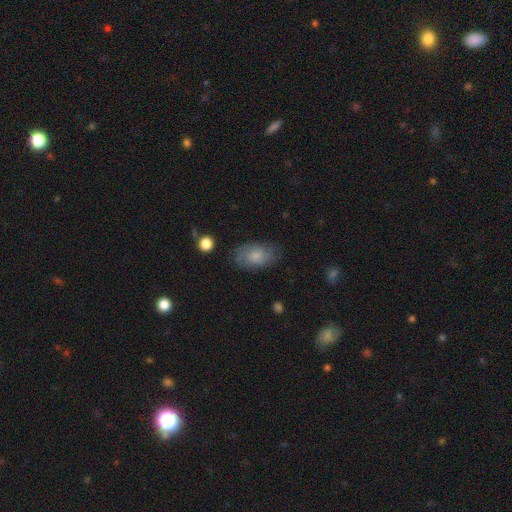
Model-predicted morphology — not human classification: Smooth or featured?
  - smooth: 65% *
  - featured or disk: 27%
  - star or artifact: 8%
How rounded?
  - in between: 89% *
  - round: 9%
  - cigar-shaped: 2%
Merging?
  - none: 71% *
  - minor disturbance: 21%
  - major disturbance: 6%
  - merger: 1%